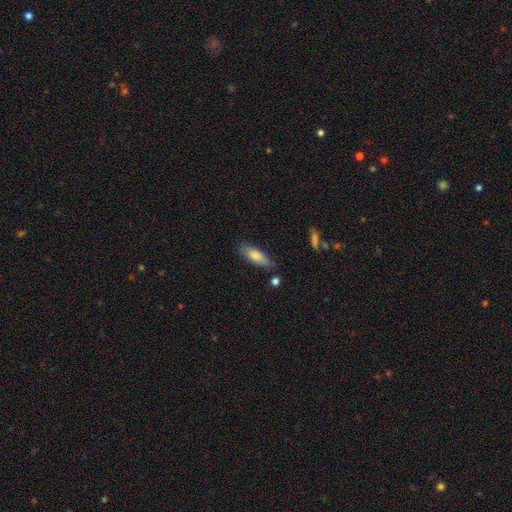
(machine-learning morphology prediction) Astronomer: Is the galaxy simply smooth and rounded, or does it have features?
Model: smooth — 77%.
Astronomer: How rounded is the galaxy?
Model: in between — 56% (runner-up: cigar-shaped, 42%).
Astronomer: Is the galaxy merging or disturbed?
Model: none — 76%.